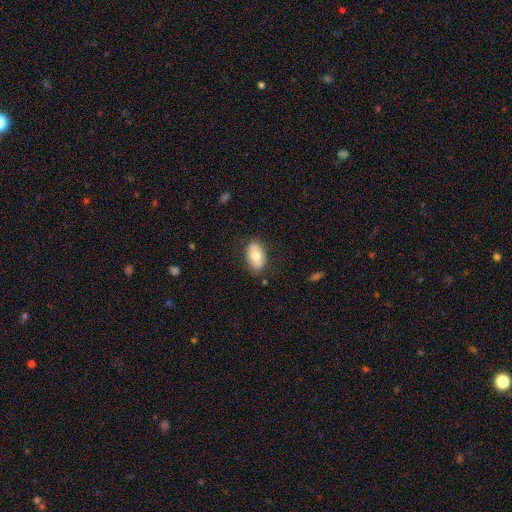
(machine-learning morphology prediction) smooth 70%, featured or disk 23%, star or artifact 7%. Down the decision tree: how rounded — in between (91%); merging — none (80%).